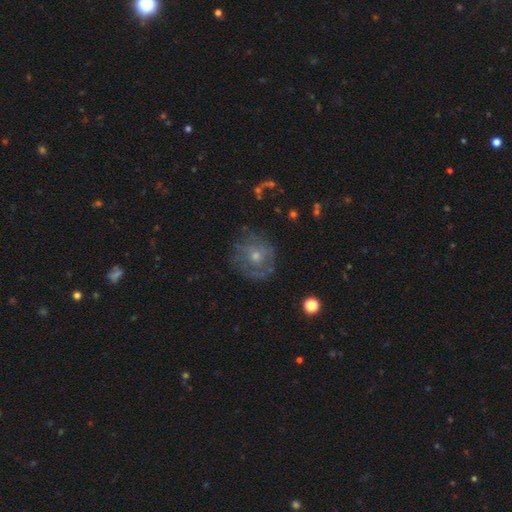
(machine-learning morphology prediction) Smooth or featured? Predicted: featured or disk (p=0.55). Edge-on disk? Predicted: no (p=0.96). Bar? Predicted: no (p=0.84). Spiral arms? Predicted: yes (p=0.57). Bulge size? Predicted: small (p=0.53). Merging? Predicted: none (p=0.70).